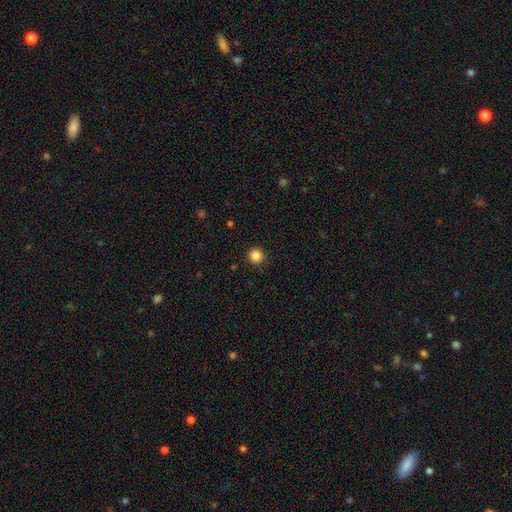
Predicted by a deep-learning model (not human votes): Morphology: type=smooth (86%); roundness=round (95%); merging=none (91%).